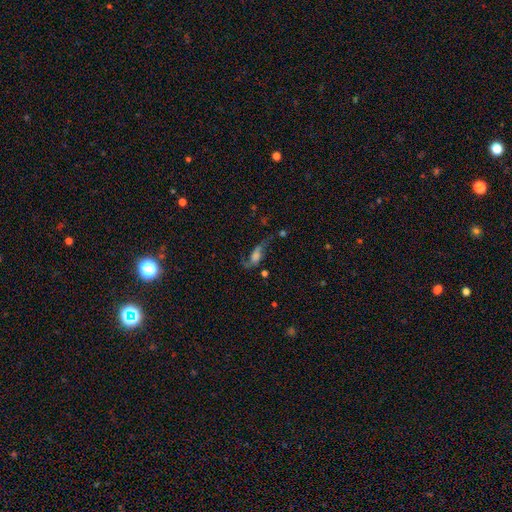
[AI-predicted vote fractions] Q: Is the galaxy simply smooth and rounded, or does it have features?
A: featured or disk — 62%.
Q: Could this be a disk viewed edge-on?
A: no — 87%.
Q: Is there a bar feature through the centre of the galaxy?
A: no — 55%.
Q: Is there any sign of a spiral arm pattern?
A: yes — 84%.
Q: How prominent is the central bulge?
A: moderate — 30%.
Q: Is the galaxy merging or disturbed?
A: none — 42%.